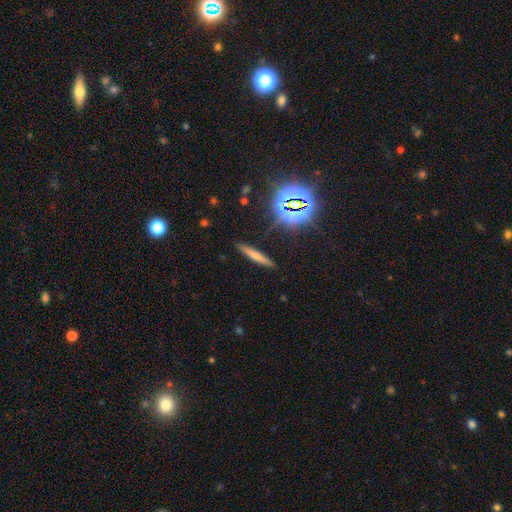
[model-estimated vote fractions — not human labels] Smooth or featured: smooth — 60% (featured or disk — 24%)
How rounded: cigar-shaped — 90% (in between — 7%)
Merging: none — 87% (minor disturbance — 8%)